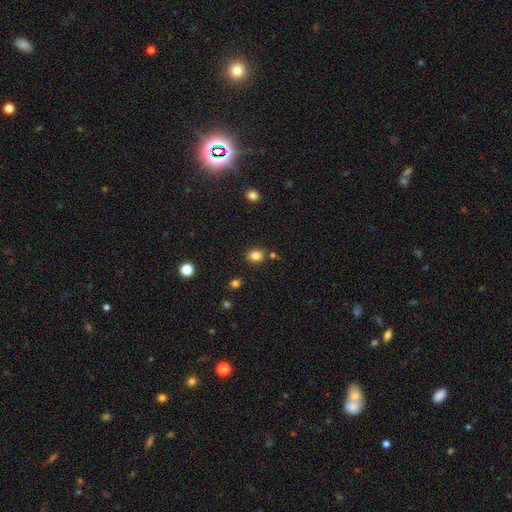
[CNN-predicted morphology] smooth-or-featured: smooth: 83% | star or artifact: 12% | featured or disk: 5%
  how-rounded: round: 60% | in between: 39% | cigar-shaped: 1%
  merging: none: 81% | minor disturbance: 10% | merger: 6% | major disturbance: 3%